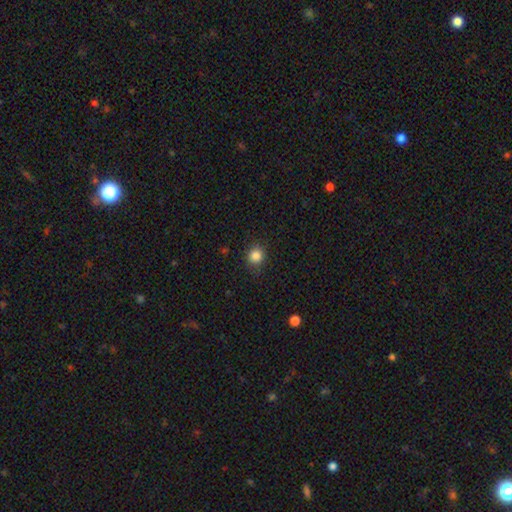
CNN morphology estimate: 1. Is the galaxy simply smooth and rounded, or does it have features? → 85% smooth, 11% star or artifact, 4% featured or disk.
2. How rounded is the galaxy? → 82% round, 17% in between, 1% cigar-shaped.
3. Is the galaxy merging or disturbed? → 84% none, 12% minor disturbance, 3% major disturbance, 1% merger.